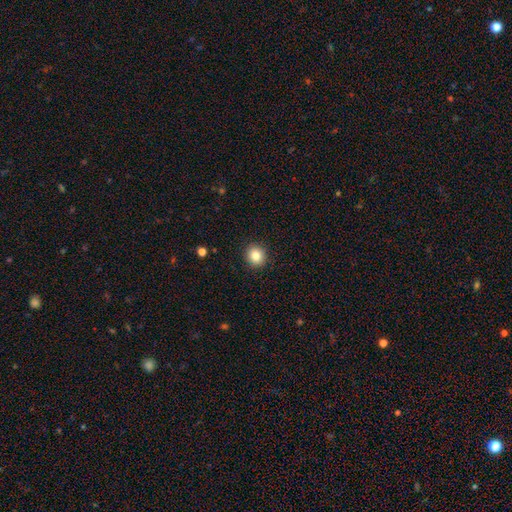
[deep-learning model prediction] The model was most divided on "how rounded": round: 86%, in between: 13%, cigar-shaped: 1%. More confident: merging — none (91%); smooth or featured — smooth (84%).